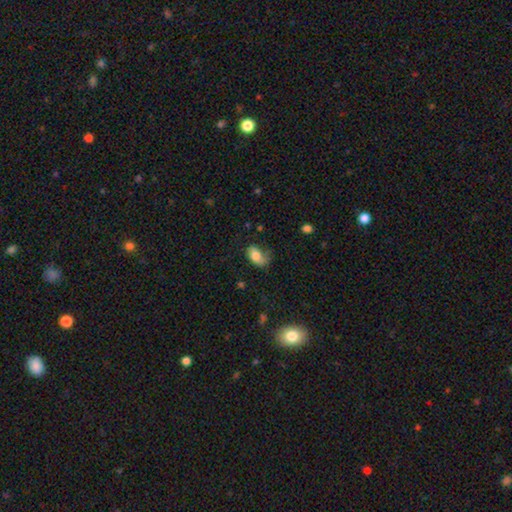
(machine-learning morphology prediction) Overall: smooth (75%). How rounded: in between (88%). Merging: none (39%; minor disturbance 36%).